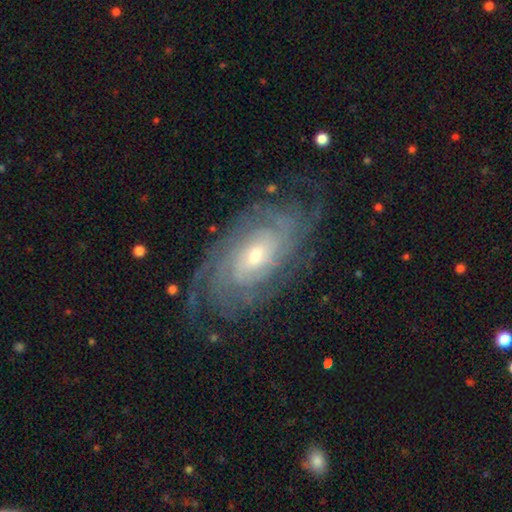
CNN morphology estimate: Smooth or featured? featured or disk (89%)
Edge-on disk? no (95%)
Bar? no (59%)
Spiral arms? yes (97%)
Spiral winding? tight (76%)
Spiral arm count? can't tell (32%)
Bulge size? small (57%)
Merging? none (76%)